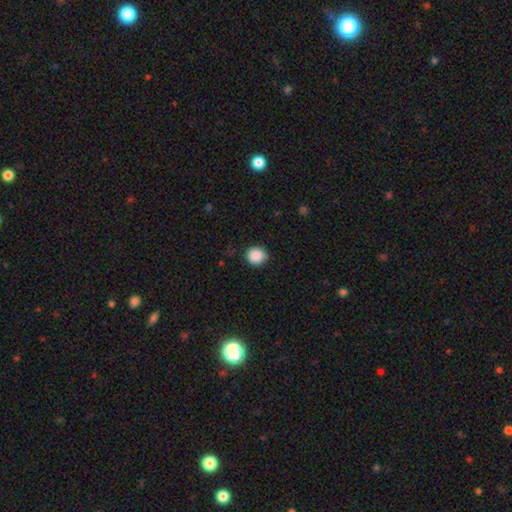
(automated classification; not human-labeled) A smooth galaxy with no disk features (89%) that is round (88%). Merging: none (88%).